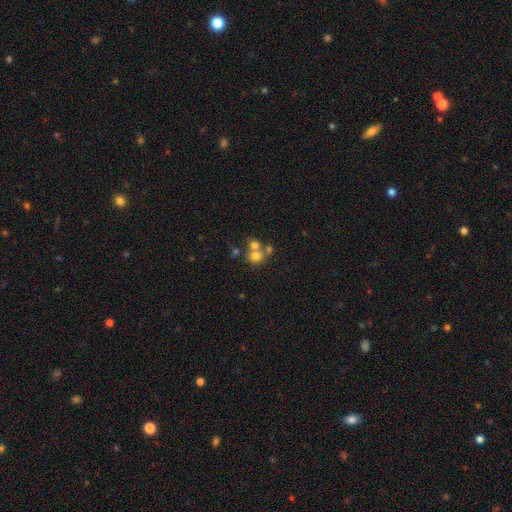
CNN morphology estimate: This is likely a smooth galaxy (71%). How rounded: clearly round (84%). Merging: possibly merger (48%).